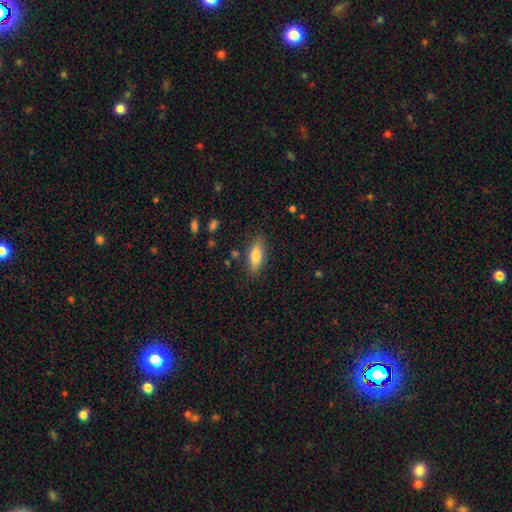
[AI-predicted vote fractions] The model was most divided on "how rounded": in between: 70%, cigar-shaped: 27%, round: 3%. More confident: merging — none (83%); smooth or featured — smooth (76%).